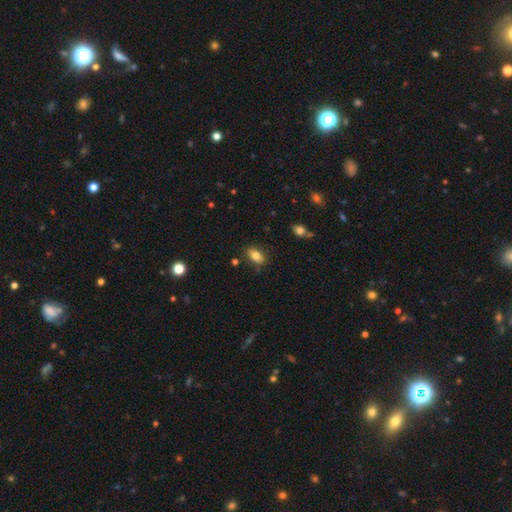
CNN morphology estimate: Q: Smooth or featured?
A: smooth (80%); runner-up: featured or disk (11%)
Q: How rounded?
A: in between (89%); runner-up: round (6%)
Q: Merging?
A: none (81%); runner-up: minor disturbance (13%)